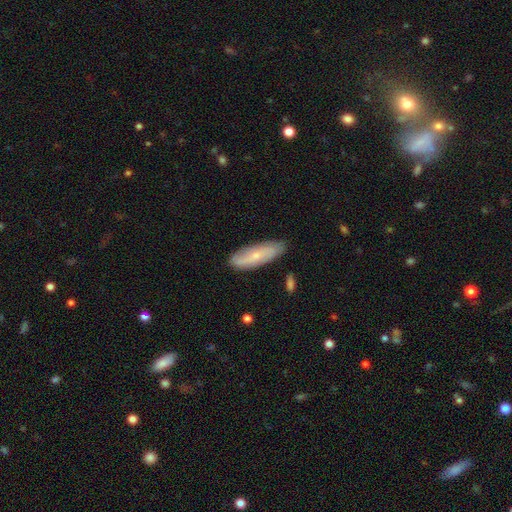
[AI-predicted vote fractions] Smooth or featured? Predicted: smooth (p=0.49). Merging? Predicted: none (p=0.81).